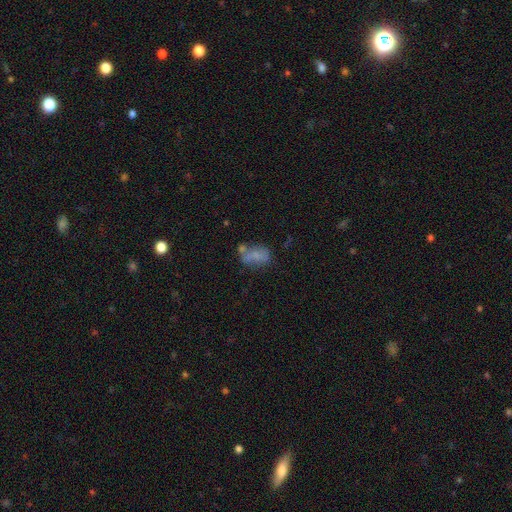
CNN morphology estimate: Smooth or featured? smooth (59%)
How rounded? in between (83%)
Merging? none (36%)